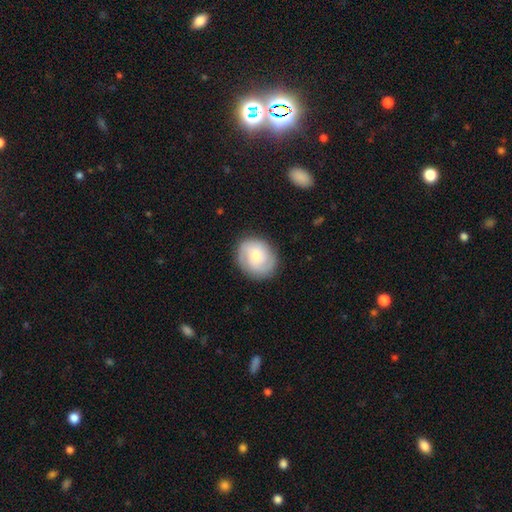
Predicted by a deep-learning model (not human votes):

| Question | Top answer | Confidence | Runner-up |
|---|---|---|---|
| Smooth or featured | featured or disk | 53% | smooth (41%) |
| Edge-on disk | no | 97% | yes (3%) |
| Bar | no | 69% | weak (26%) |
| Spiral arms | yes | 87% | no (13%) |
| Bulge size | moderate | 55% | small (38%) |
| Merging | none | 84% | minor disturbance (11%) |